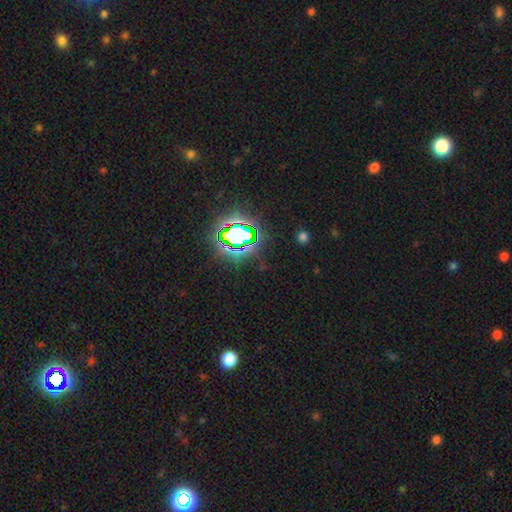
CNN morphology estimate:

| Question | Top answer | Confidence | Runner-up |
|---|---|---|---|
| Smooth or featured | star or artifact | 79% | smooth (13%) |